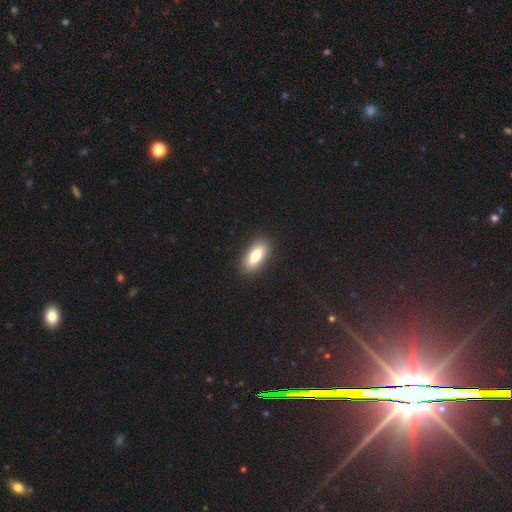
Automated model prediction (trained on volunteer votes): smooth 75%, featured or disk 18%, star or artifact 7%. Down the decision tree: how rounded — in between (85%); merging — none (89%).